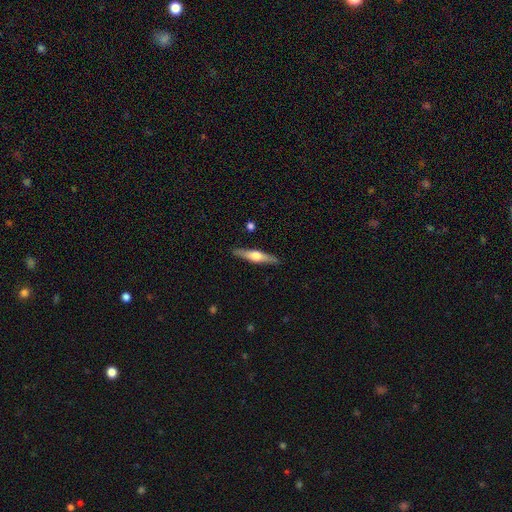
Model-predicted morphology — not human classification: type=featured or disk (61%); edge-on=yes (96%); edge-on bulge=rounded (91%); merging=none (89%).